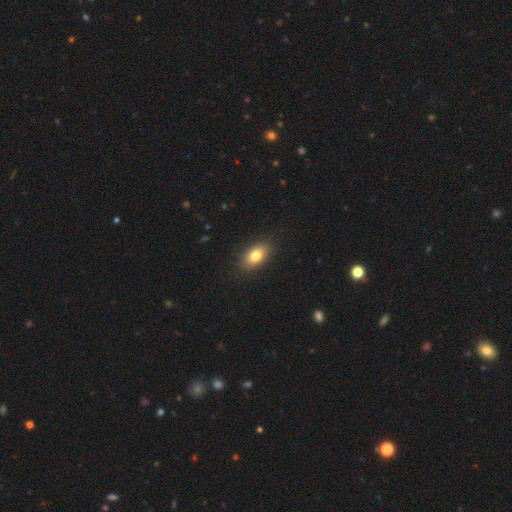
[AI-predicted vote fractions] A smooth galaxy with no disk features (80%) that is in between round and cigar-shaped (87%).

Vote fractions:
- Smooth or featured? smooth: 80% / featured or disk: 12% / star or artifact: 8%
- How rounded? in between: 87% / round: 9% / cigar-shaped: 4%
- Merging? none: 87% / minor disturbance: 9% / major disturbance: 3% / merger: 1%